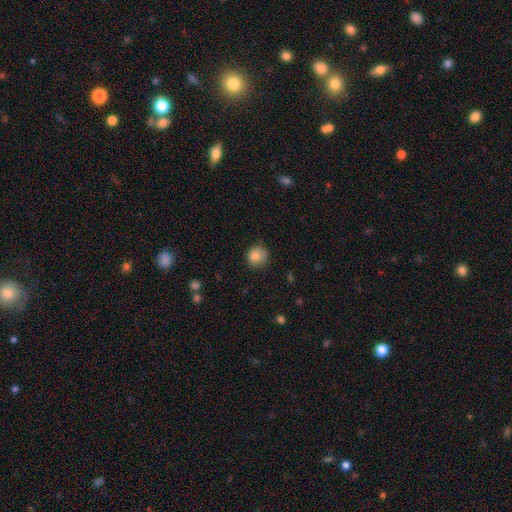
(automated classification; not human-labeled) A smooth galaxy with no disk features (84%) that is round (84%).

Vote fractions:
- Smooth or featured? smooth: 84% / star or artifact: 9% / featured or disk: 8%
- How rounded? round: 84% / in between: 16% / cigar-shaped: 1%
- Merging? none: 68% / minor disturbance: 24% / major disturbance: 6% / merger: 2%